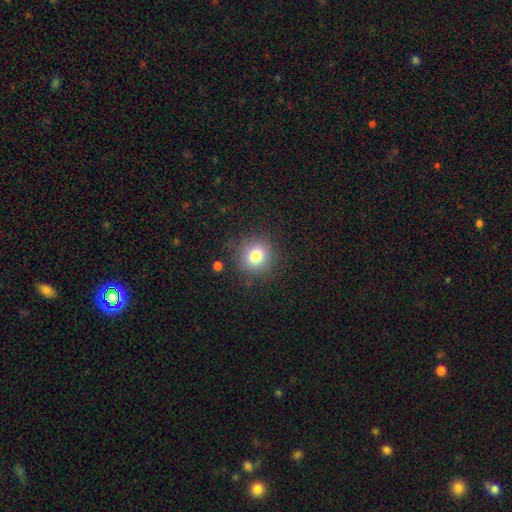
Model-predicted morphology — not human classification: type=smooth (78%); roundness=round (90%); merging=none (86%).